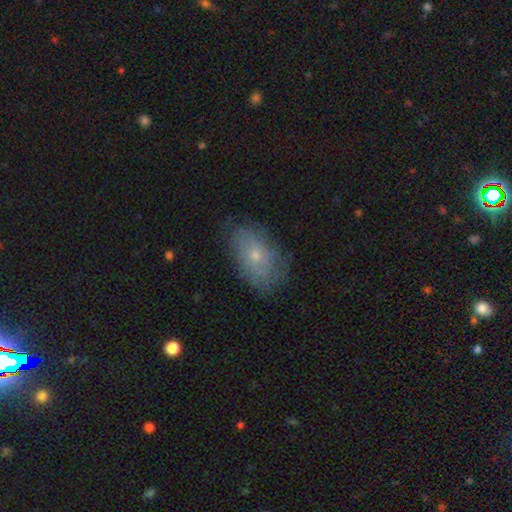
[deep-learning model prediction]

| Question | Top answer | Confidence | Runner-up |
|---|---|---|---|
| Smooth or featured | featured or disk | 46% | tied: smooth (46%) |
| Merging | none | 69% | minor disturbance (22%) |